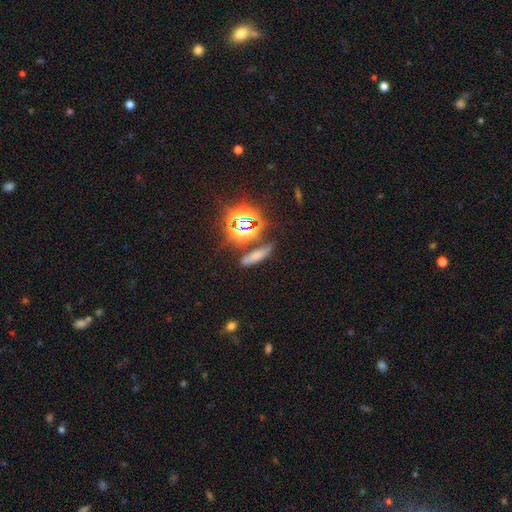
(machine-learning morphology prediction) A smooth galaxy with no disk features (56%) that is cigar-shaped (66%).

Vote fractions:
- Smooth or featured? smooth: 56% / star or artifact: 30% / featured or disk: 14%
- How rounded? cigar-shaped: 66% / in between: 27% / round: 7%
- Merging? none: 69% / minor disturbance: 15% / merger: 10% / major disturbance: 6%